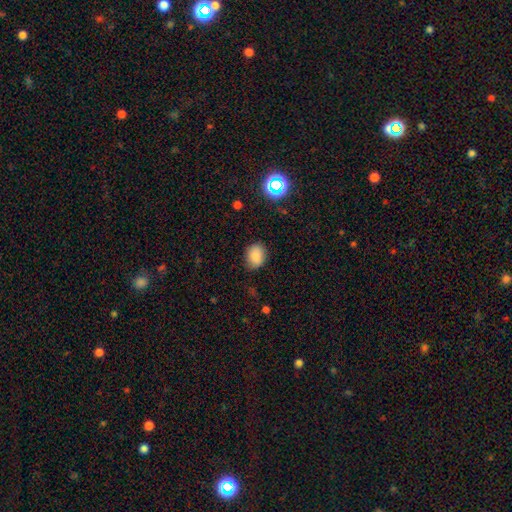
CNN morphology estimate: A smooth galaxy with no disk features (83%) that is in between round and cigar-shaped (57%). Merging: none (81%).